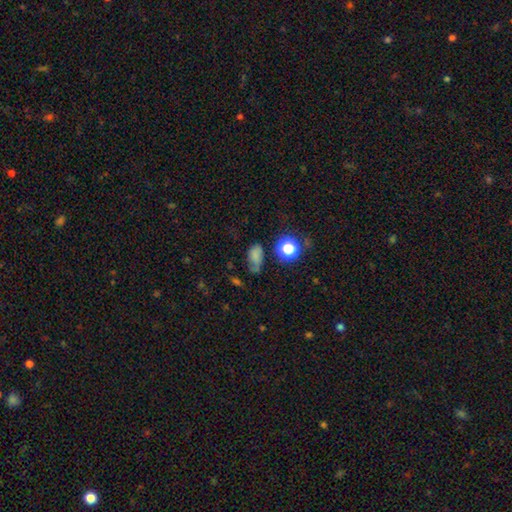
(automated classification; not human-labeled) Q: Smooth or featured?
A: smooth (66%); runner-up: star or artifact (22%)
Q: How rounded?
A: in between (80%); runner-up: round (17%)
Q: Merging?
A: none (48%); runner-up: minor disturbance (29%)